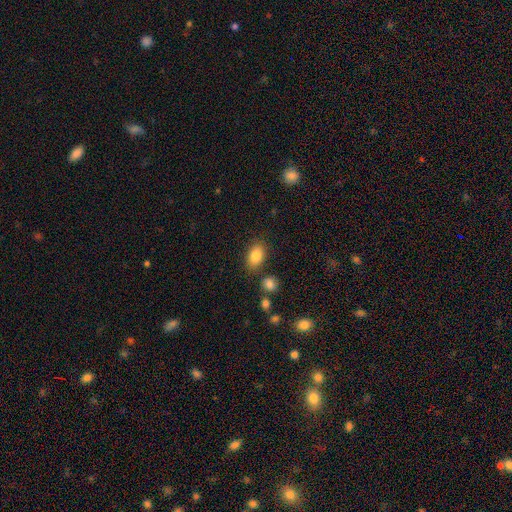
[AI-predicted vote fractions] Morphology: type=smooth (83%); roundness=in between (85%); merging=none (80%).